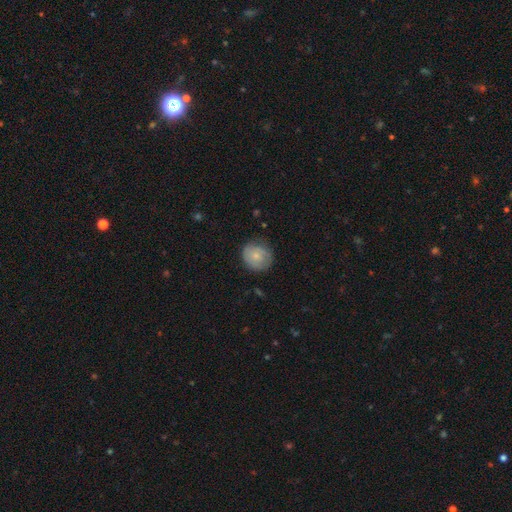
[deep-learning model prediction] smooth_or_featured: smooth (p=0.71) [alt: featured or disk p=0.22]
how_rounded: round (p=0.86) [alt: in between p=0.13]
merging: none (p=0.74) [alt: minor disturbance p=0.20]